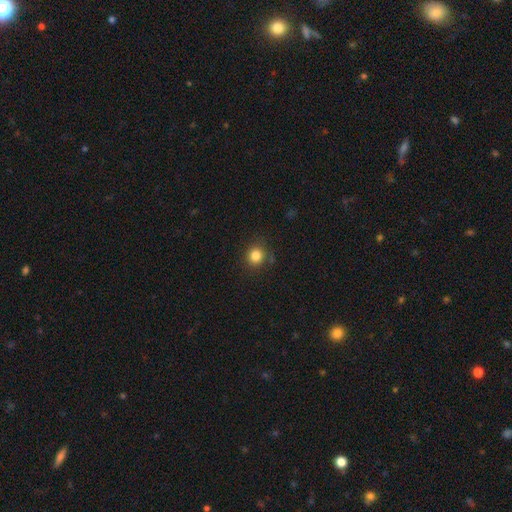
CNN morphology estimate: This is clearly a smooth galaxy (83%). How rounded: clearly round (87%). Merging: clearly none (85%).